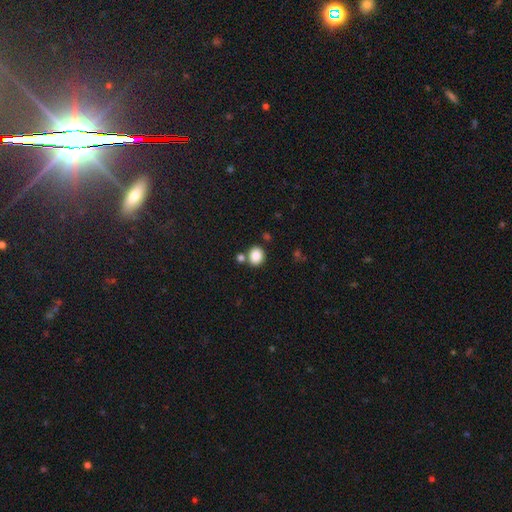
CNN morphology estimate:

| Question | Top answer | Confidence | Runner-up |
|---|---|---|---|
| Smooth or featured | smooth | 86% | star or artifact (9%) |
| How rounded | round | 67% | in between (32%) |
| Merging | none | 71% | merger (17%) |